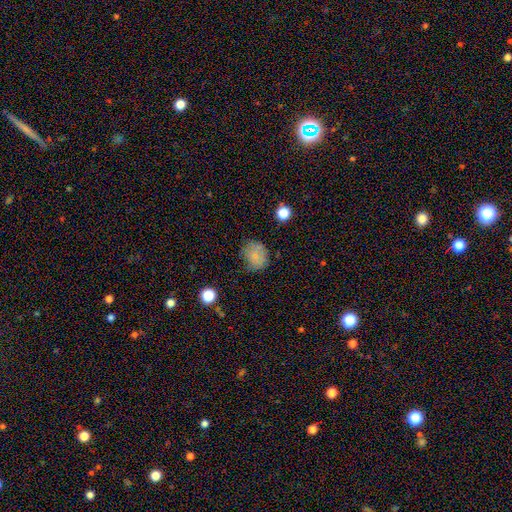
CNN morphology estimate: Smooth or featured? Predicted: smooth (p=0.76). How rounded? Predicted: round (p=0.71). Merging? Predicted: none (p=0.65).